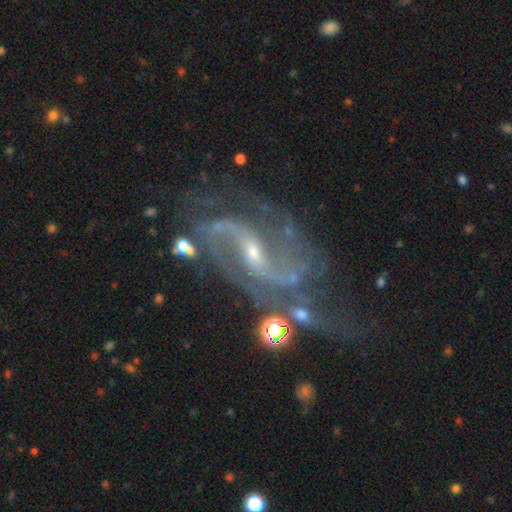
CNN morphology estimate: Smooth or featured? Predicted: featured or disk (p=0.91). Edge-on disk? Predicted: no (p=0.97). Bar? Predicted: weak (p=0.45). Spiral arms? Predicted: yes (p=0.98). Spiral winding? Predicted: medium (p=0.46). Spiral arm count? Predicted: 2 (p=0.84). Bulge size? Predicted: small (p=0.73). Merging? Predicted: none (p=0.54).